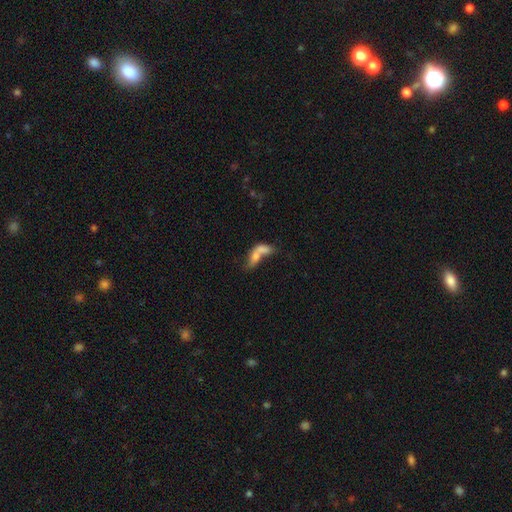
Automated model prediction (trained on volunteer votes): This appears to be a smooth galaxy with no disk features (63%) that is in between round and cigar-shaped (72%). Merging: merger (69%).